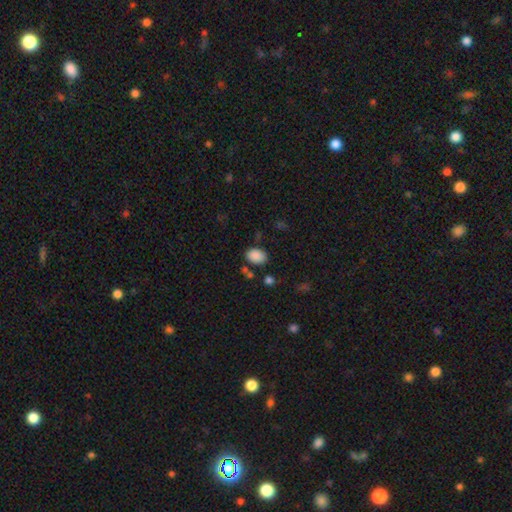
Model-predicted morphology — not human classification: Overall: smooth (88%). How rounded: in between (79%). Merging: none (77%).